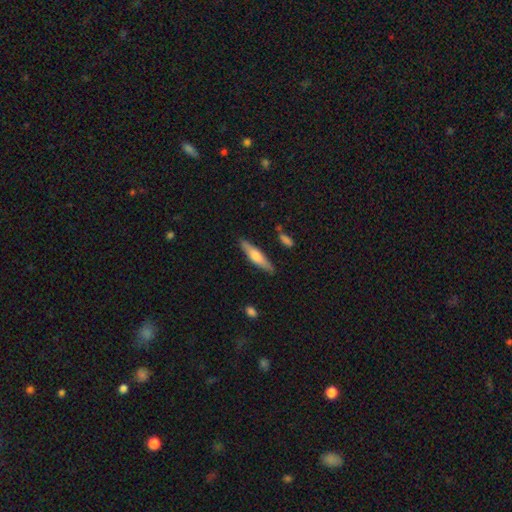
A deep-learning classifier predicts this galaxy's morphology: type=smooth (55%); roundness=cigar-shaped (81%); merging=none (86%).